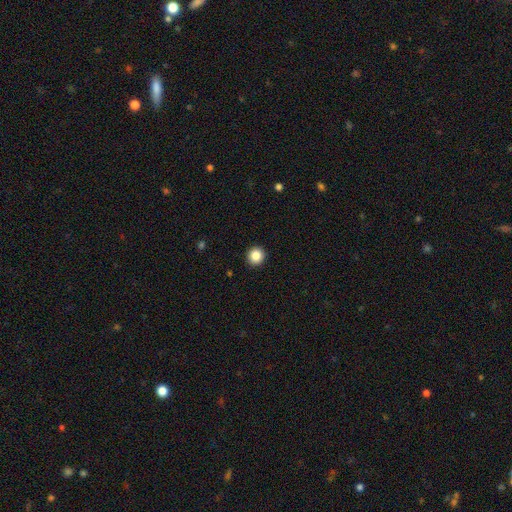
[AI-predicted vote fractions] The model was most divided on "smooth or featured": smooth: 86%, star or artifact: 10%, featured or disk: 4%. More confident: how rounded — round (94%); merging — none (93%).